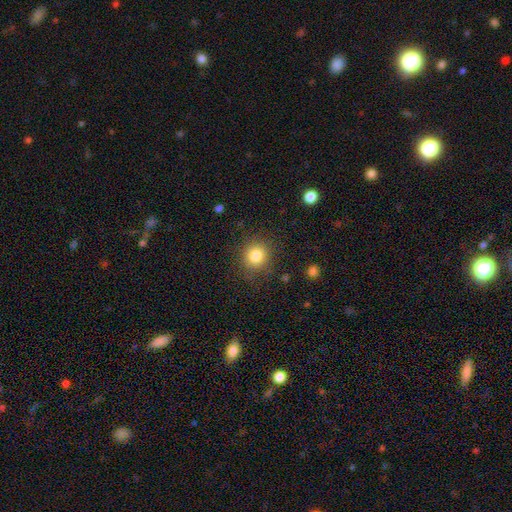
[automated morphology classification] A smooth galaxy with no disk features (82%) that is round (86%).

Vote fractions:
- Smooth or featured? smooth: 82% / star or artifact: 11% / featured or disk: 7%
- How rounded? round: 86% / in between: 13% / cigar-shaped: 1%
- Merging? none: 86% / minor disturbance: 9% / major disturbance: 4% / merger: 1%